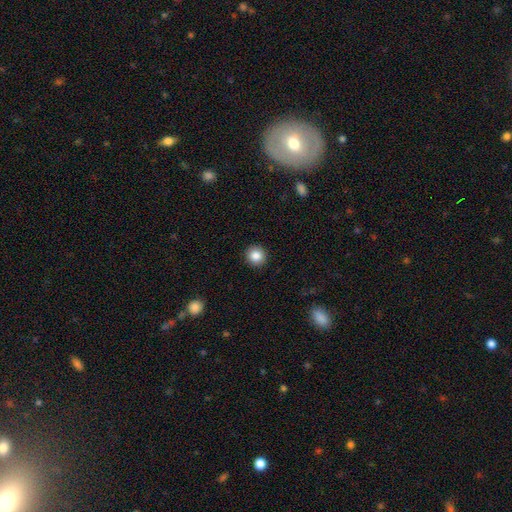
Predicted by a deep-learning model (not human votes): A smooth galaxy with no disk features (85%) that is round (93%).

Vote fractions:
- Smooth or featured? smooth: 85% / star or artifact: 10% / featured or disk: 5%
- How rounded? round: 93% / in between: 6% / cigar-shaped: 1%
- Merging? none: 93% / minor disturbance: 5% / major disturbance: 2% / merger: 1%